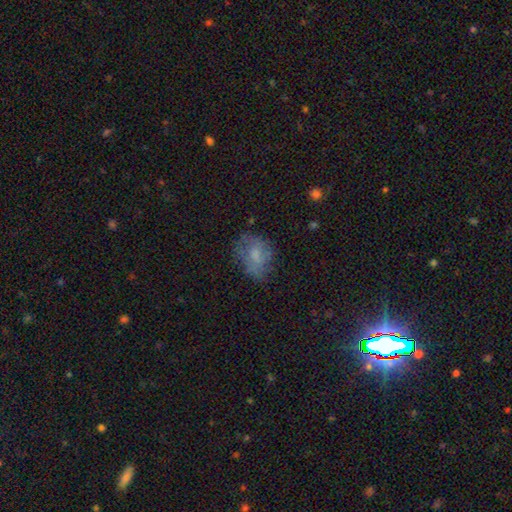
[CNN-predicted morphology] smooth 58%, featured or disk 31%, star or artifact 11%. Down the decision tree: how rounded — in between (66%); merging — none (52%).